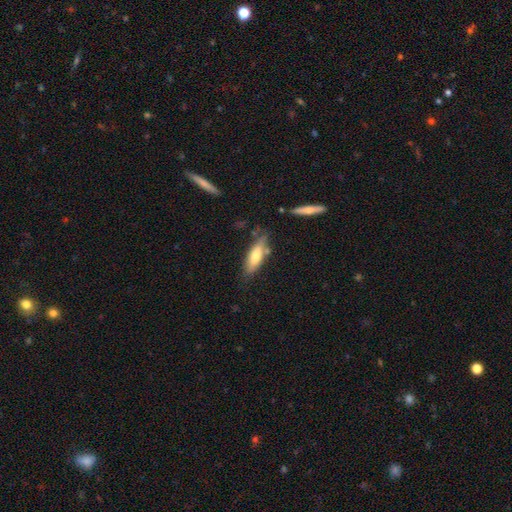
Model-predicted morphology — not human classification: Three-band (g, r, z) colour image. It shows a smooth galaxy with no disk features (68%) that is in between round and cigar-shaped (53%). Merging: none (69%).